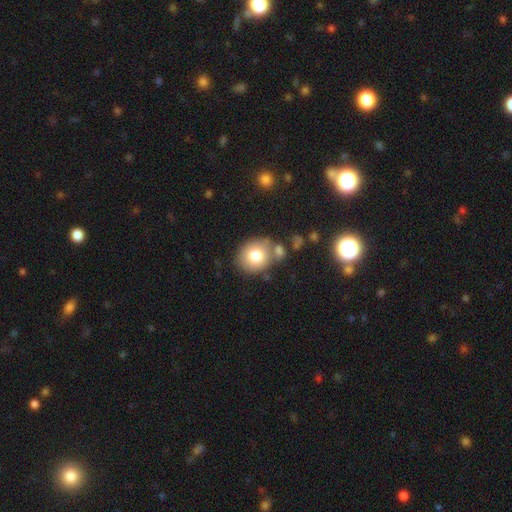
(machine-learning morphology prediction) smooth-or-featured: smooth: 77% | featured or disk: 14% | star or artifact: 9%
  how-rounded: round: 69% | in between: 30% | cigar-shaped: 1%
  merging: none: 64% | merger: 16% | minor disturbance: 15% | major disturbance: 5%